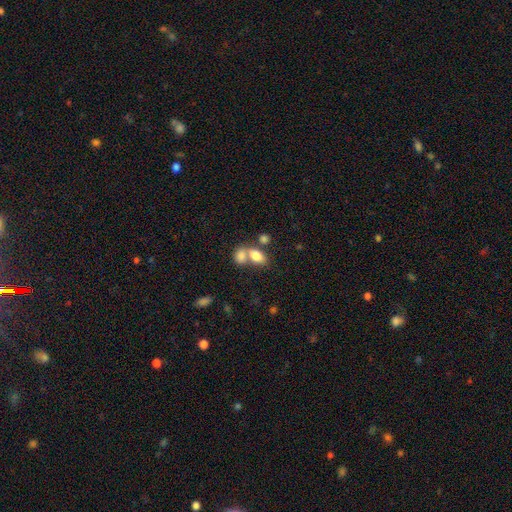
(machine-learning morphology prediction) A smooth galaxy with no disk features (80%) that is in between round and cigar-shaped (84%). Merging: merger (55%).